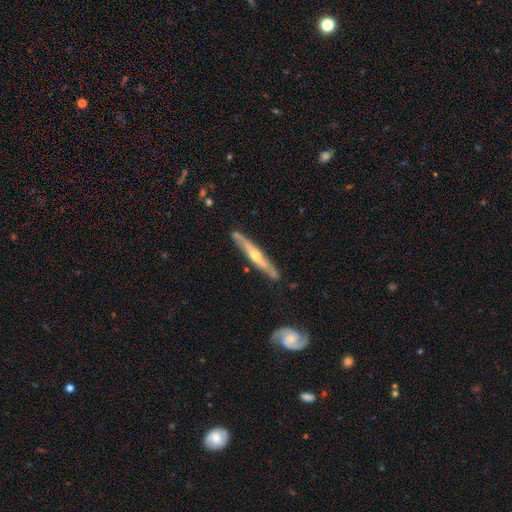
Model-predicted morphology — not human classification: This appears to be a featured or disk galaxy (75%) viewed edge-on (90%) with a rounded central bulge (81%). Merging: none (83%).